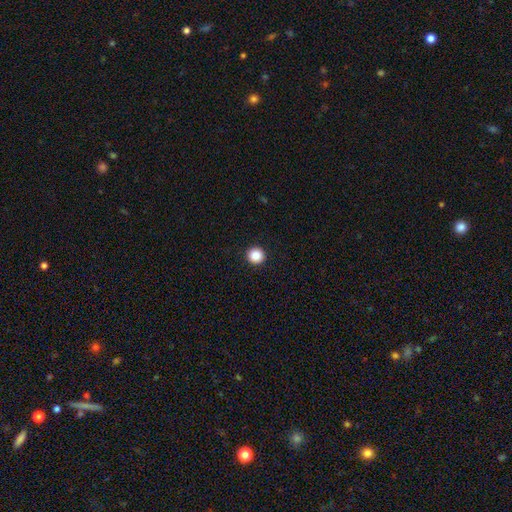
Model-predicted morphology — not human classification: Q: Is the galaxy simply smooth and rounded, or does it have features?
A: smooth — 88%.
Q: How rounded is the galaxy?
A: round — 96%.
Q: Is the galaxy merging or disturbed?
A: none — 94%.